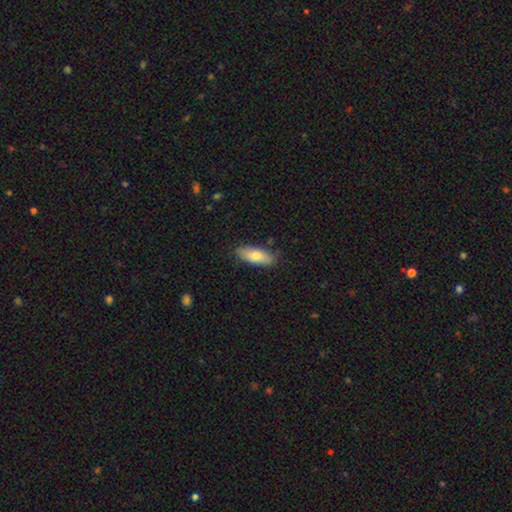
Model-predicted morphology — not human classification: smooth_or_featured: smooth (p=0.77) [alt: featured or disk p=0.17]
how_rounded: in between (p=0.73) [alt: cigar-shaped p=0.25]
merging: none (p=0.85) [alt: minor disturbance p=0.12]